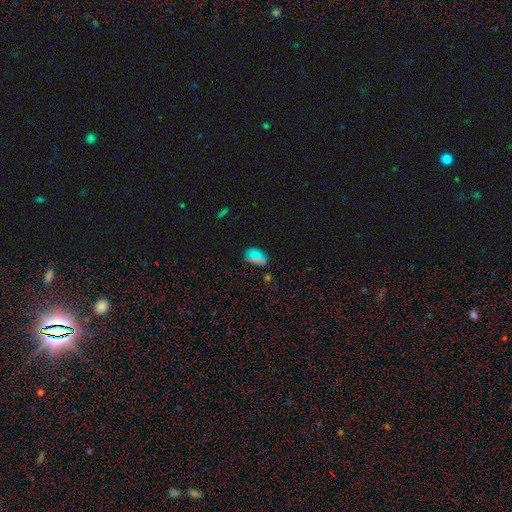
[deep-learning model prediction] This appears to be a smooth galaxy with no disk features (62%) that is in between round and cigar-shaped (85%). Merging: none (75%).